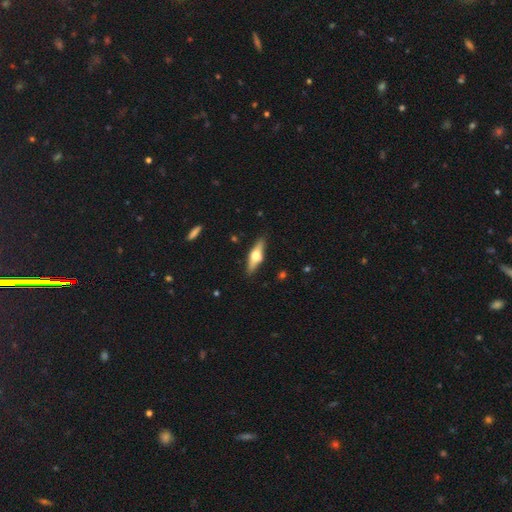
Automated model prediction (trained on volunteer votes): Smooth or featured: featured or disk — 56% (smooth — 38%)
Edge-on disk: yes — 93% (no — 7%)
Edge-on bulge: rounded — 95% (boxy — 4%)
Merging: none — 87% (minor disturbance — 9%)